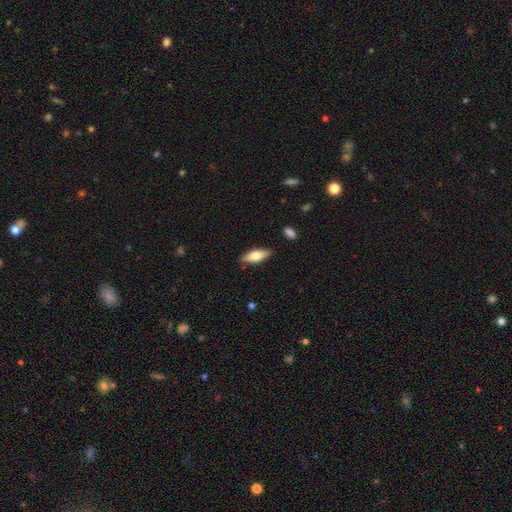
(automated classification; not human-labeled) This appears to be a smooth galaxy with no disk features (72%) that is in between round and cigar-shaped (69%). Merging: none (86%).